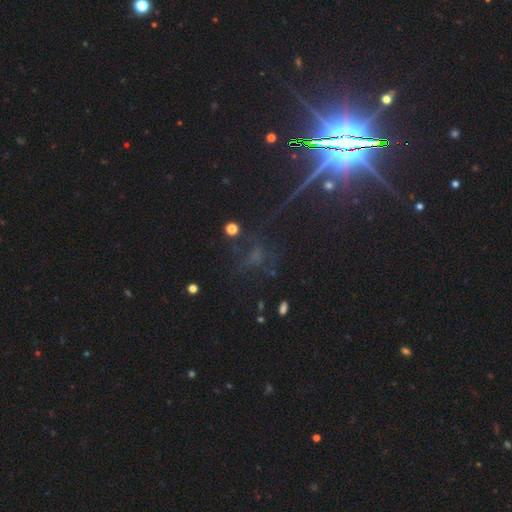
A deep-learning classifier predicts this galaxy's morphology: smooth_or_featured: star or artifact (p=0.59) [alt: featured or disk p=0.22]